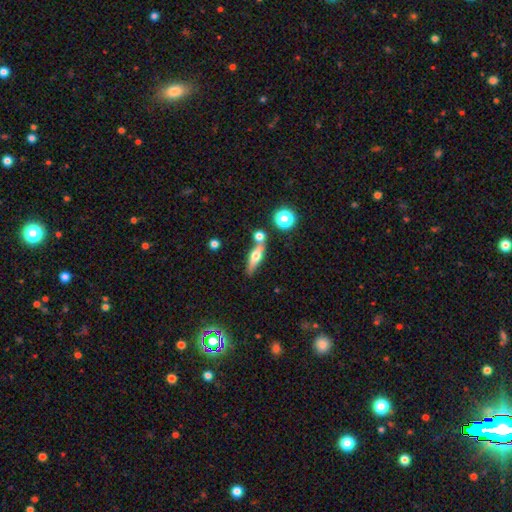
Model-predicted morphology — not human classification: Q: Smooth or featured?
A: featured or disk (46%); runner-up: smooth (45%)
Q: Merging?
A: none (62%); runner-up: merger (22%)